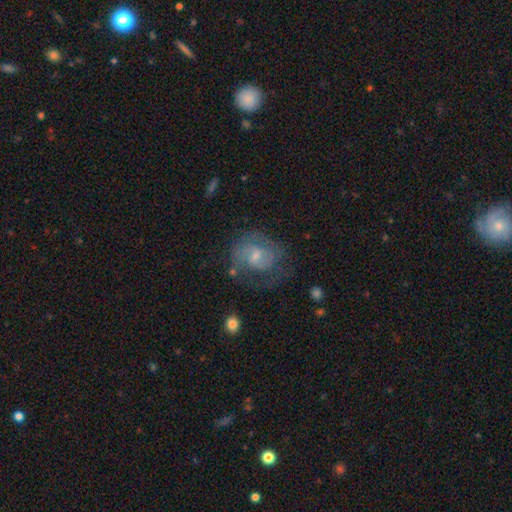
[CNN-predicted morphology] The model was most divided on "spiral winding": medium: 45%, tight: 38%, loose: 16%. Remaining: edge-on disk — no (97%); spiral arms — yes (85%); smooth or featured — featured or disk (70%); spiral arm count — 2 (61%); merging — none (60%); bar — weak (50%); bulge size — small (49%).